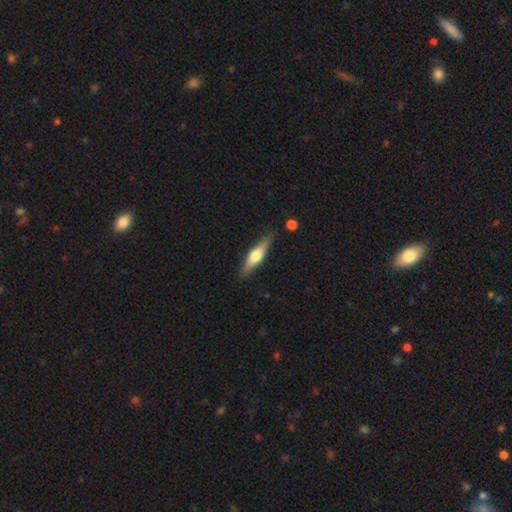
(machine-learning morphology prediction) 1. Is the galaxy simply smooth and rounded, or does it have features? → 55% featured or disk, 40% smooth, 6% star or artifact.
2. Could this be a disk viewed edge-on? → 94% yes, 6% no.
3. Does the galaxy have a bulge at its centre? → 91% rounded, 6% boxy, 3% none.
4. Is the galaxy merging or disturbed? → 85% none, 11% minor disturbance, 2% major disturbance, 2% merger.